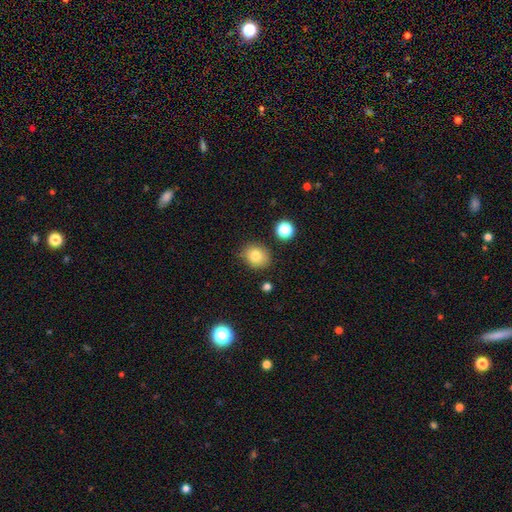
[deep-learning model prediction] Smooth or featured?
  - smooth: 80% *
  - star or artifact: 11%
  - featured or disk: 9%
How rounded?
  - round: 68% *
  - in between: 32%
  - cigar-shaped: 1%
Merging?
  - none: 80% *
  - minor disturbance: 13%
  - merger: 4%
  - major disturbance: 3%